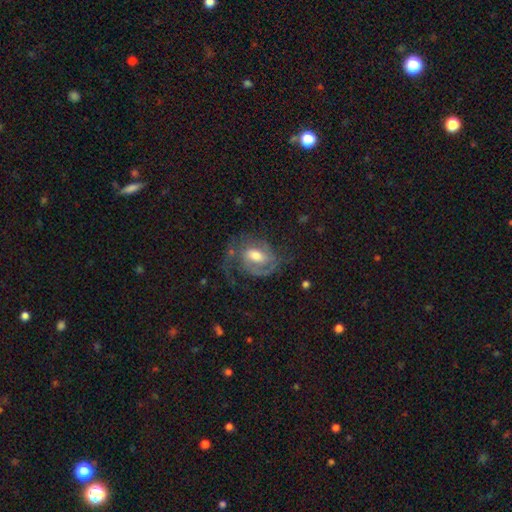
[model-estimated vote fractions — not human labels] The model was most divided on "spiral winding": medium: 46%, tight: 34%, loose: 20%. Remaining: edge-on disk — no (97%); spiral arms — yes (92%); smooth or featured — featured or disk (80%); bulge size — moderate (65%); spiral arm count — 2 (55%); merging — none (53%); bar — weak (48%).